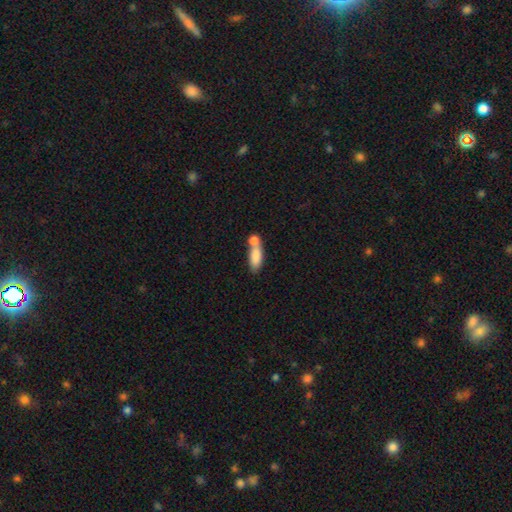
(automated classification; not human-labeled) Smooth or featured? smooth (81%)
How rounded? in between (68%)
Merging? merger (48%)